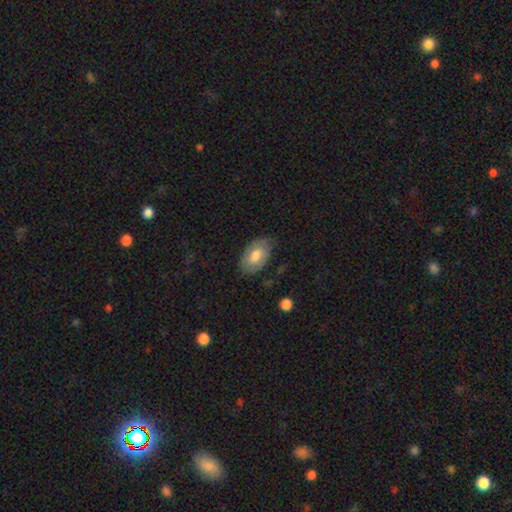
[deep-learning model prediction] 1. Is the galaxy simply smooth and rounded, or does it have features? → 64% smooth, 30% featured or disk, 6% star or artifact.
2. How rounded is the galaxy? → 93% in between, 5% round, 1% cigar-shaped.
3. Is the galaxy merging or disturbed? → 74% none, 20% minor disturbance, 5% major disturbance, 1% merger.